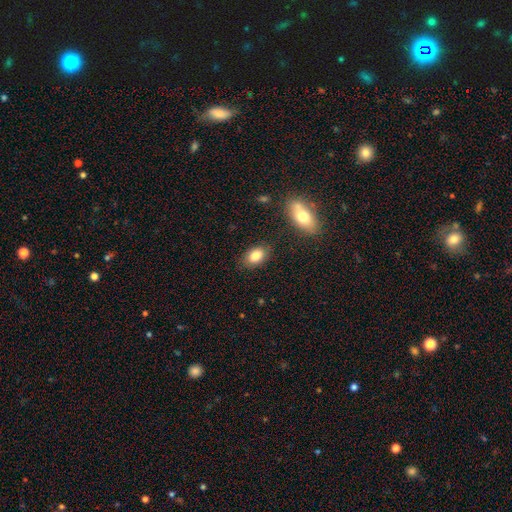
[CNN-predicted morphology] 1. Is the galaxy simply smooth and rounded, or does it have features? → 83% smooth, 9% featured or disk, 8% star or artifact.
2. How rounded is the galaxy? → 87% in between, 11% round, 2% cigar-shaped.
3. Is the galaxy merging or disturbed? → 83% none, 12% minor disturbance, 3% major disturbance, 3% merger.